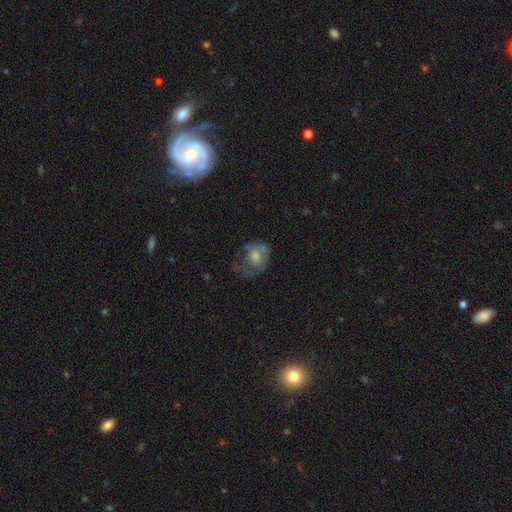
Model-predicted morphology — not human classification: Smooth or featured: featured or disk — 44% (smooth — 43%)
Merging: none — 39% (major disturbance — 34%)